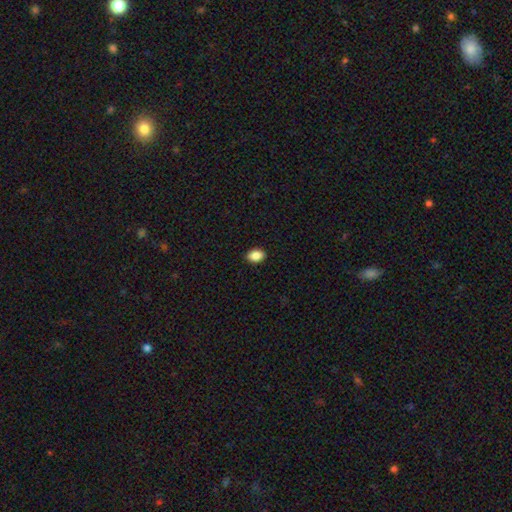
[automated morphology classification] smooth 88%, star or artifact 8%, featured or disk 4%. Down the decision tree: how rounded — in between (76%); merging — none (91%).